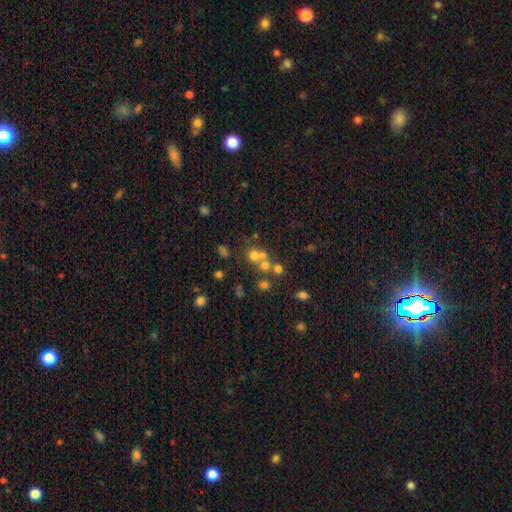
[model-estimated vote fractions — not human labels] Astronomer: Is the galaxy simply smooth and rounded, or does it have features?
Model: smooth — 57%.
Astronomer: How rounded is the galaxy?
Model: round — 85%.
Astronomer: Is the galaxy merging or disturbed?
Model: merger — 44% (runner-up: none, 43%).